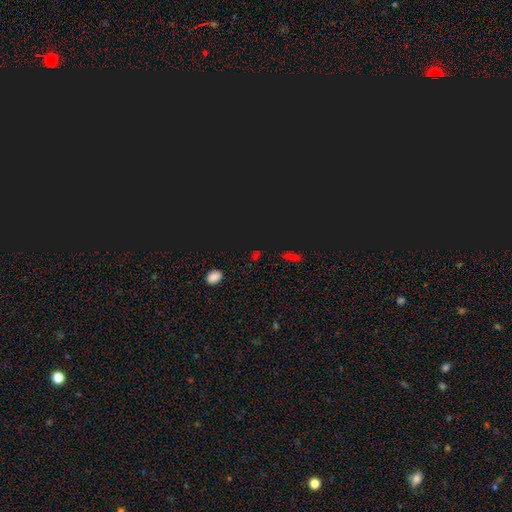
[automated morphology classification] smooth-or-featured: star or artifact: 63% | smooth: 31% | featured or disk: 7%